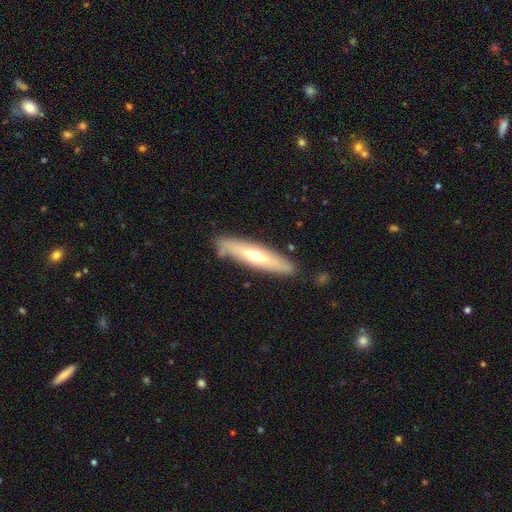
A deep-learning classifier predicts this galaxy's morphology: Smooth or featured: featured or disk — 54% (smooth — 40%)
Edge-on disk: yes — 72% (no — 28%)
Merging: none — 84% (minor disturbance — 12%)